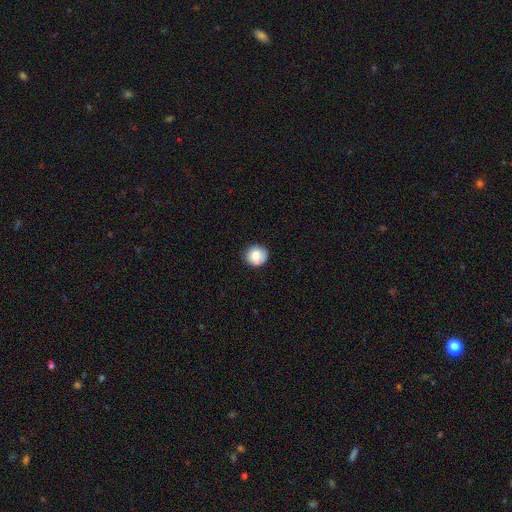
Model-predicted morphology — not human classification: smooth_or_featured: smooth (p=0.79) [alt: featured or disk p=0.12]
how_rounded: round (p=0.92) [alt: in between p=0.07]
merging: none (p=0.83) [alt: minor disturbance p=0.13]